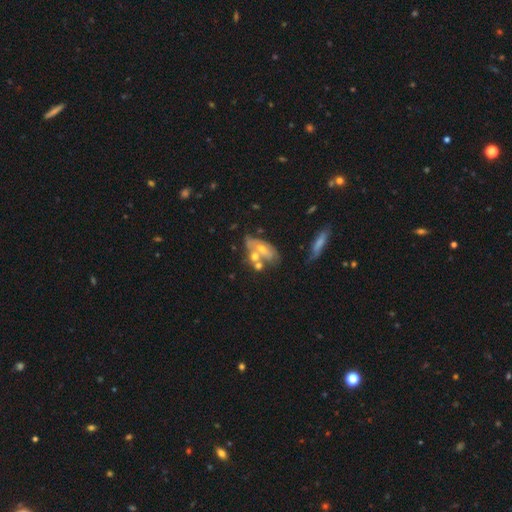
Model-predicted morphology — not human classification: Smooth or featured: featured or disk — 57% (smooth — 32%)
Edge-on disk: no — 84% (yes — 16%)
Merging: none — 37% (merger — 36%)